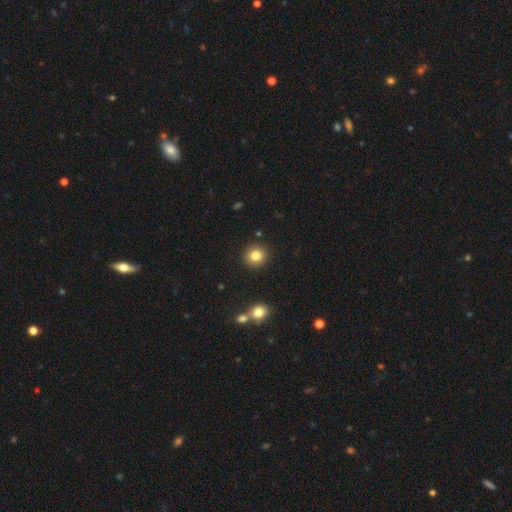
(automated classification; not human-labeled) Overall: smooth (83%). How rounded: round (90%). Merging: none (90%).